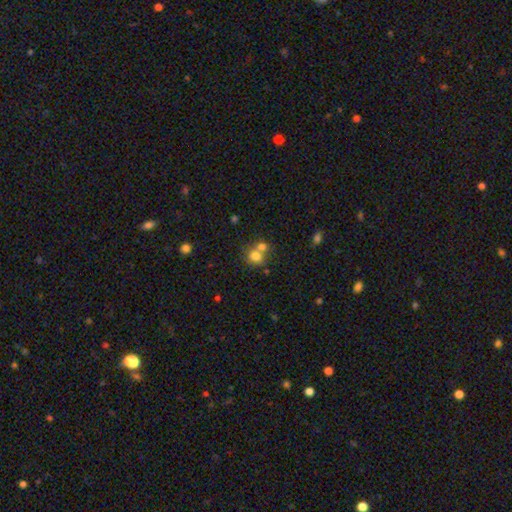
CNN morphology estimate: Overall: smooth (76%). How rounded: round (79%). Merging: merger (49%; none 41%).